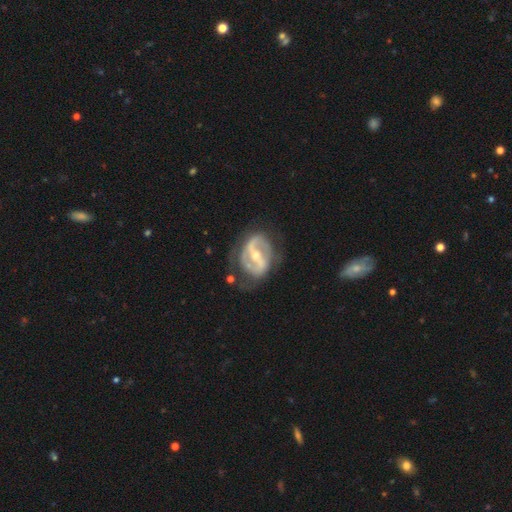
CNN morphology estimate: Smooth or featured?
  - featured or disk: 84% *
  - smooth: 11%
  - star or artifact: 5%
Edge-on disk?
  - no: 96% *
  - yes: 4%
Bar?
  - strong: 61% *
  - weak: 27%
  - no: 12%
Spiral arms?
  - yes: 77% *
  - no: 23%
Spiral winding?
  - medium: 45% *
  - tight: 29%
  - loose: 26%
Spiral arm count?
  - 2: 77% *
  - can't tell: 12%
  - 1: 4%
  - 3: 4%
  - 4: 1%
  - more than 4: 1%
Bulge size?
  - moderate: 54% *
  - small: 42%
  - large: 2%
  - none: 1%
  - dominant: 1%
Merging?
  - none: 59% *
  - minor disturbance: 23%
  - major disturbance: 16%
  - merger: 3%